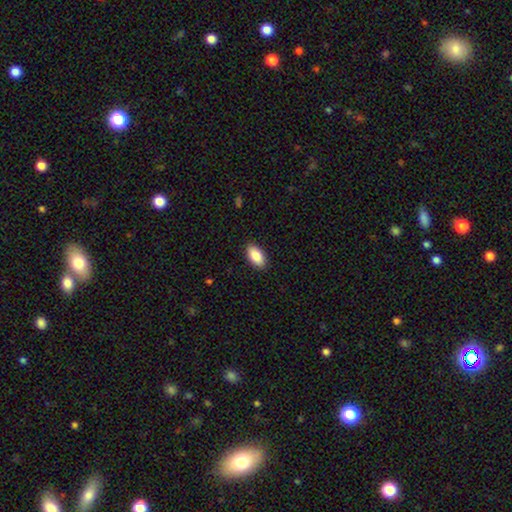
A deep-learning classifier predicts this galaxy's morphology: Overall: smooth (87%). How rounded: in between (94%). Merging: none (89%).